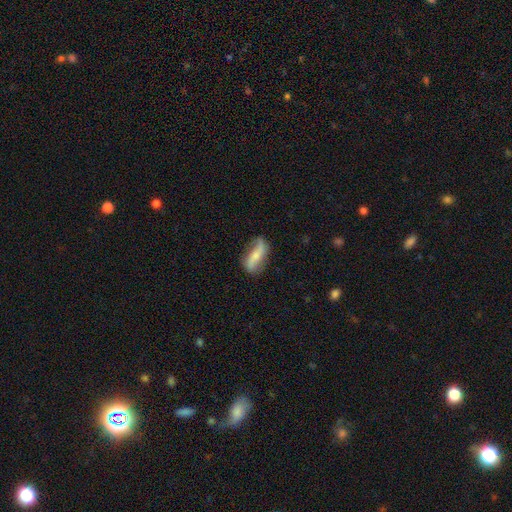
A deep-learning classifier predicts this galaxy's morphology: This appears to be a featured or disk galaxy (51%). Merging: none (65%).